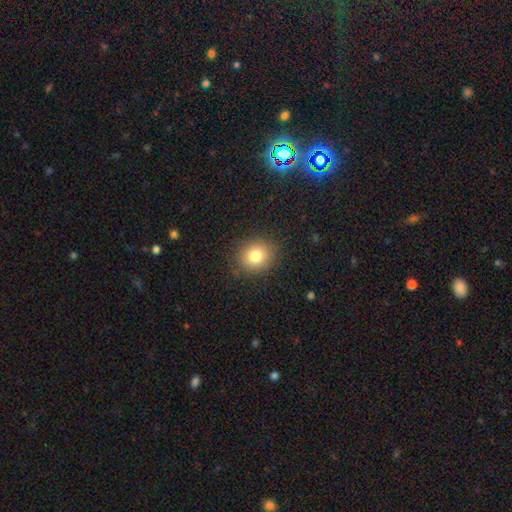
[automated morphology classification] smooth-or-featured: smooth: 80% | star or artifact: 11% | featured or disk: 9%
  how-rounded: round: 72% | in between: 27% | cigar-shaped: 1%
  merging: none: 86% | minor disturbance: 10% | major disturbance: 3% | merger: 1%